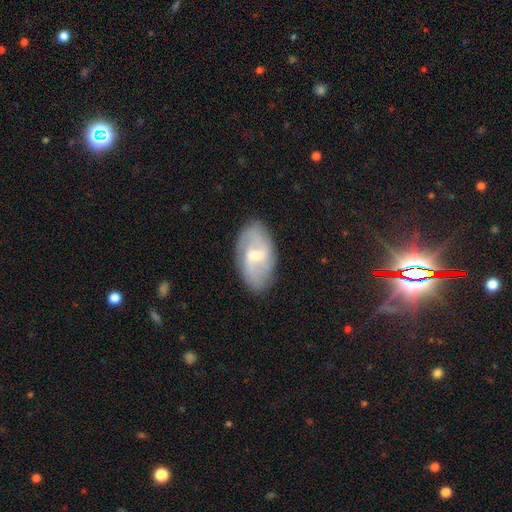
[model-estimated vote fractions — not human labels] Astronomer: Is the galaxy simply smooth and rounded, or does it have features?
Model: featured or disk — 68%.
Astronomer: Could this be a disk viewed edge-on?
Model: no — 94%.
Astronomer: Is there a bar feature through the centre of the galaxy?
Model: weak — 58%.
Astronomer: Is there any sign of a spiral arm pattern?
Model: yes — 85%.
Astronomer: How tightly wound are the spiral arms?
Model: medium — 42% (runner-up: loose, 30%).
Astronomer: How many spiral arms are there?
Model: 2 — 53%.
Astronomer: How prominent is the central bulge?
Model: moderate — 48% (runner-up: small, 44%).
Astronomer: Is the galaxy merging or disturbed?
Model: none — 78%.